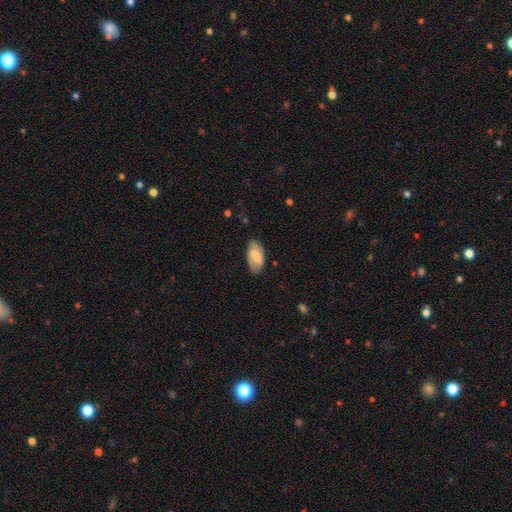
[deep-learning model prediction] The model was most divided on "smooth or featured": featured or disk: 47%, smooth: 46%, star or artifact: 7%. More confident: merging — none (74%).